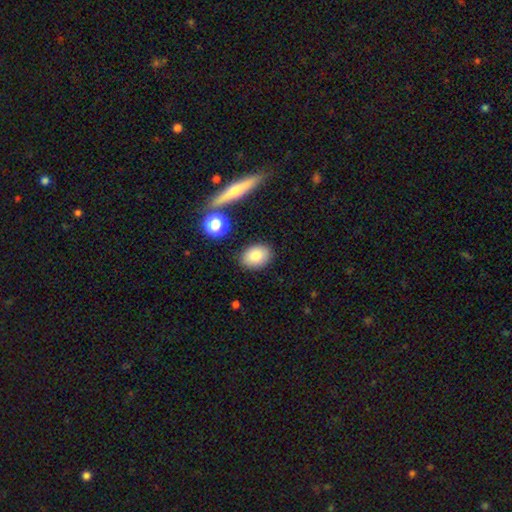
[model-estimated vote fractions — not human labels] Smooth or featured? Predicted: smooth (p=0.84). How rounded? Predicted: in between (p=0.72). Merging? Predicted: none (p=0.86).